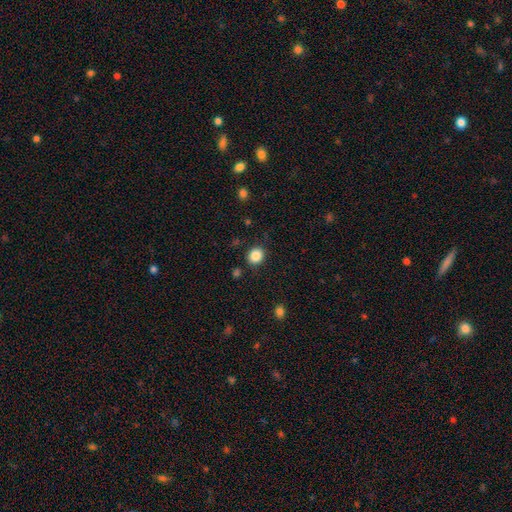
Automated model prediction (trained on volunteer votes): Morphology: type=smooth (86%); roundness=round (77%); merging=none (86%).